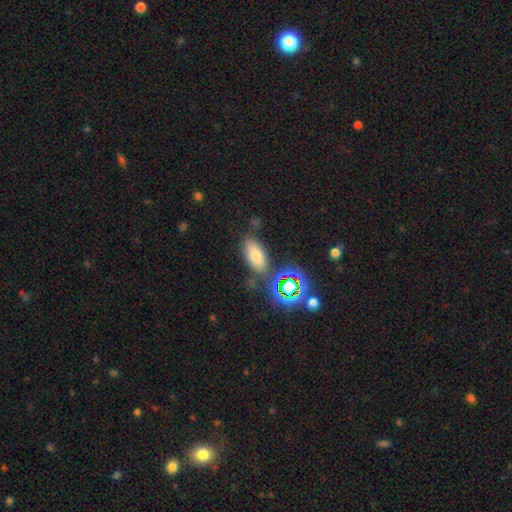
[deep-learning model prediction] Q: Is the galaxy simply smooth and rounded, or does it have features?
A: smooth — 67%.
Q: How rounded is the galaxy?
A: in between — 86%.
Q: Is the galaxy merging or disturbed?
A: none — 76%.